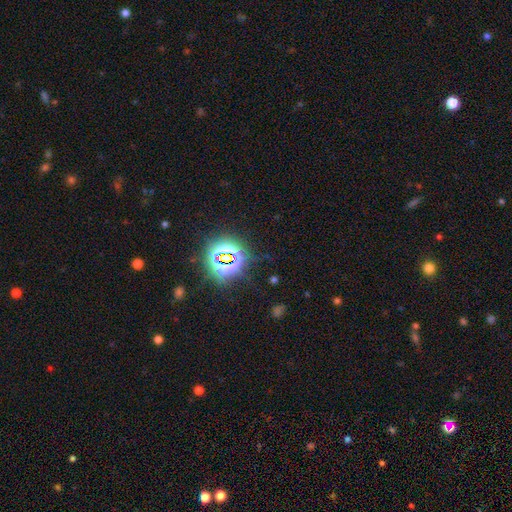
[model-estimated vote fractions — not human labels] Smooth or featured?
  - star or artifact: 78% *
  - smooth: 14%
  - featured or disk: 8%